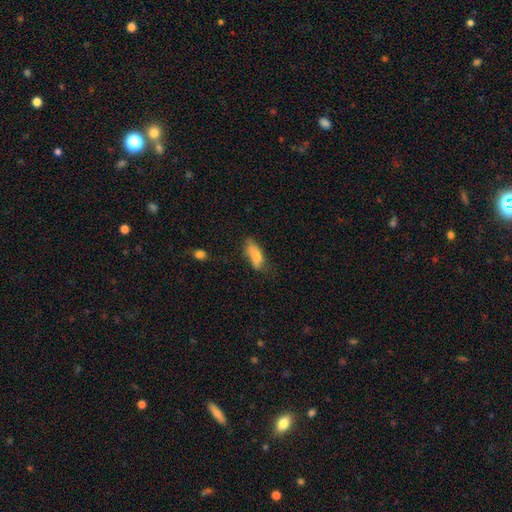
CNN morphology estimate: smooth 74%, featured or disk 17%, star or artifact 9%. Down the decision tree: how rounded — in between (70%); merging — none (43%).